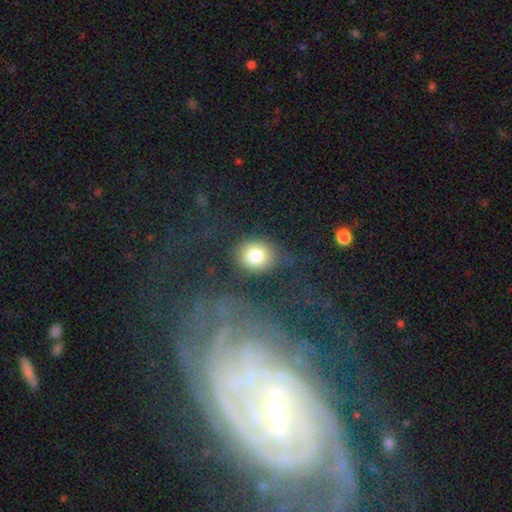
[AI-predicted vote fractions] A smooth galaxy with no disk features (80%) that is round (73%).

Vote fractions:
- Smooth or featured? smooth: 80% / featured or disk: 10% / star or artifact: 10%
- How rounded? round: 73% / in between: 25% / cigar-shaped: 1%
- Merging? none: 66% / minor disturbance: 18% / major disturbance: 10% / merger: 6%